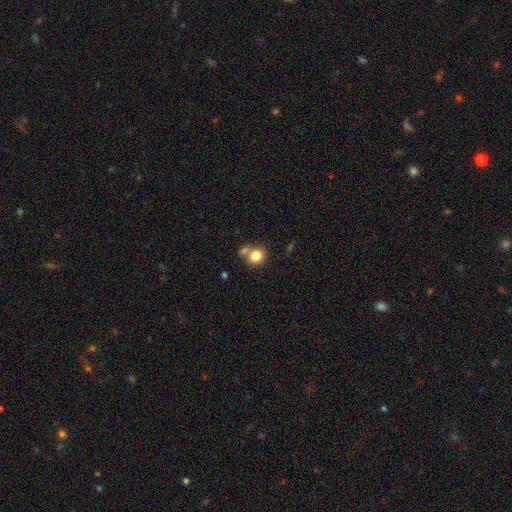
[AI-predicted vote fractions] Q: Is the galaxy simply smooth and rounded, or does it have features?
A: smooth — 83%.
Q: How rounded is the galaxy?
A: round — 80%.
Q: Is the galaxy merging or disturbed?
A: none — 58%.